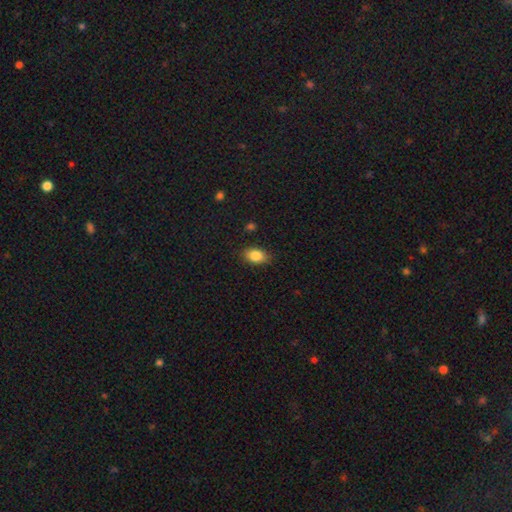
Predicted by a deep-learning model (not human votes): A smooth galaxy with no disk features (85%) that is in between round and cigar-shaped (84%).

Vote fractions:
- Smooth or featured? smooth: 85% / star or artifact: 8% / featured or disk: 7%
- How rounded? in between: 84% / round: 14% / cigar-shaped: 2%
- Merging? none: 85% / minor disturbance: 12% / major disturbance: 3% / merger: 1%